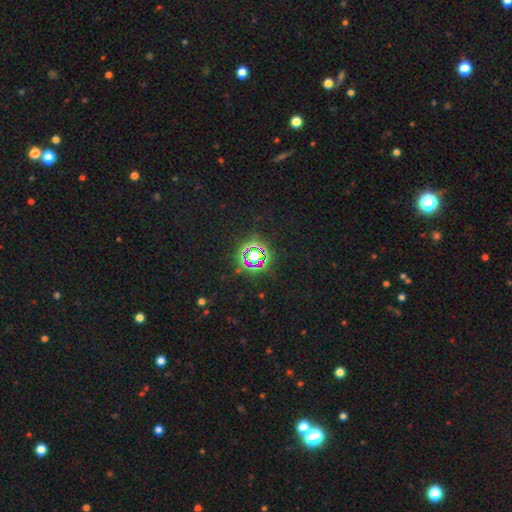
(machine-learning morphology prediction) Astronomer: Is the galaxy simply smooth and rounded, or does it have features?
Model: star or artifact — 71%.